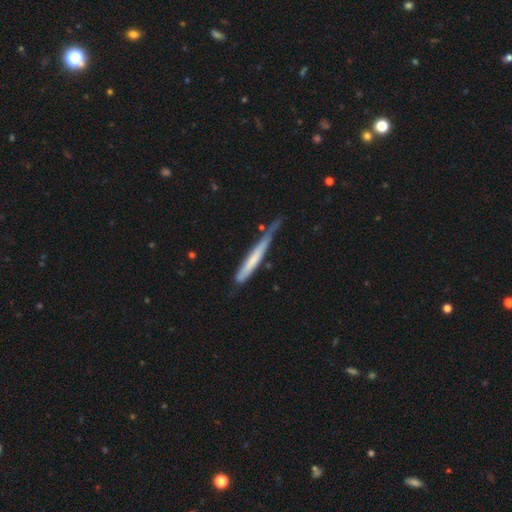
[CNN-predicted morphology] A smooth galaxy with no disk features (53%) that is cigar-shaped (96%). Merging: none (55%).